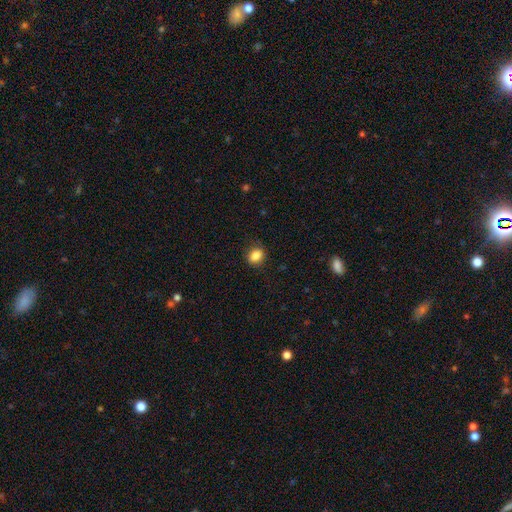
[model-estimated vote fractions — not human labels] smooth-or-featured: smooth: 86% | star or artifact: 10% | featured or disk: 4%
  how-rounded: in between: 56% | round: 43% | cigar-shaped: 1%
  merging: none: 85% | minor disturbance: 11% | major disturbance: 3% | merger: 1%